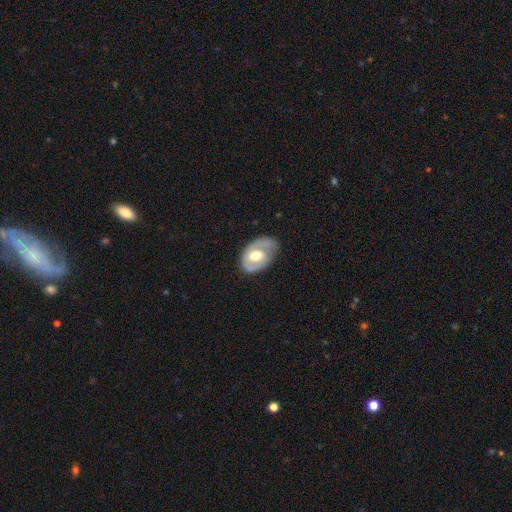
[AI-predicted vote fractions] A featured or disk galaxy (63%) with no bar (58%), spiral arms (55%) and a moderate central bulge (57%).

Vote fractions:
- Smooth or featured? featured or disk: 63% / smooth: 32% / star or artifact: 5%
- Edge-on disk? no: 94% / yes: 6%
- Bar? no: 58% / weak: 32% / strong: 10%
- Spiral arms? yes: 55% / no: 45%
- Bulge size? moderate: 57% / large: 33% / small: 6% / dominant: 2% / none: 1%
- Merging? none: 60% / minor disturbance: 27% / major disturbance: 12% / merger: 2%